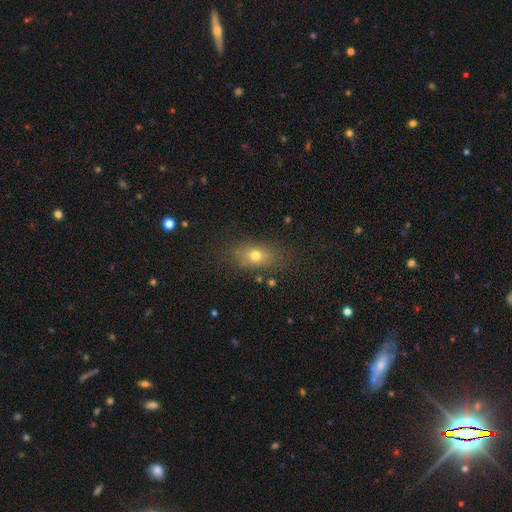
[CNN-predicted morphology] Smooth or featured? smooth (72%)
How rounded? in between (73%)
Merging? none (76%)